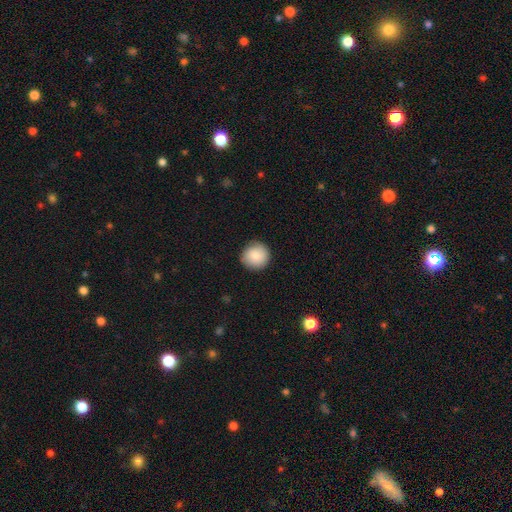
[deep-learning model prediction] Smooth or featured? Predicted: smooth (p=0.84). How rounded? Predicted: round (p=0.94). Merging? Predicted: none (p=0.87).